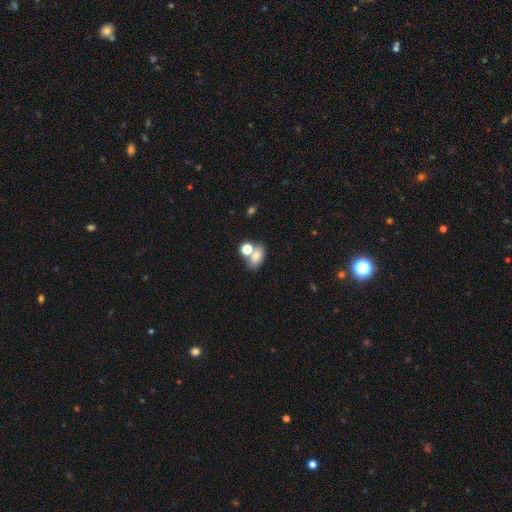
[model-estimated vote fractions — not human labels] This appears to be a smooth galaxy with no disk features (76%) that is in between round and cigar-shaped (79%). Merging: none (48%).